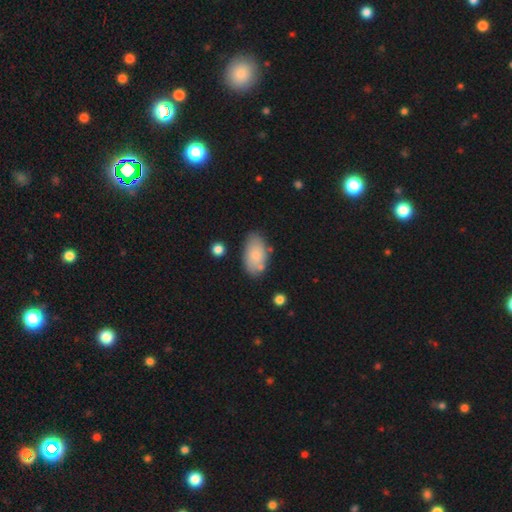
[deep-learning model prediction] smooth 78%, featured or disk 15%, star or artifact 7%. Down the decision tree: how rounded — in between (94%); merging — none (71%).